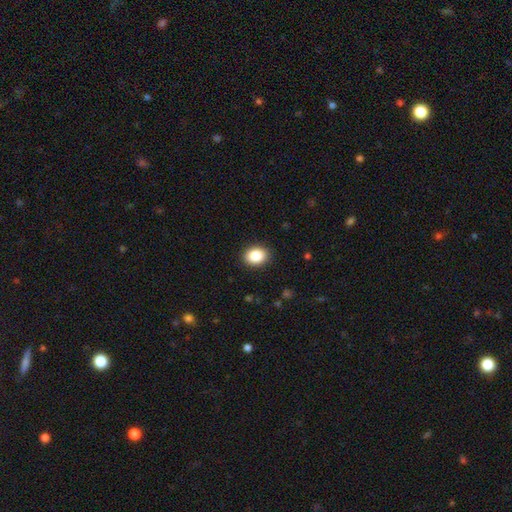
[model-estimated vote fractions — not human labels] Morphology: type=smooth (87%); roundness=in between (58%); merging=none (89%).